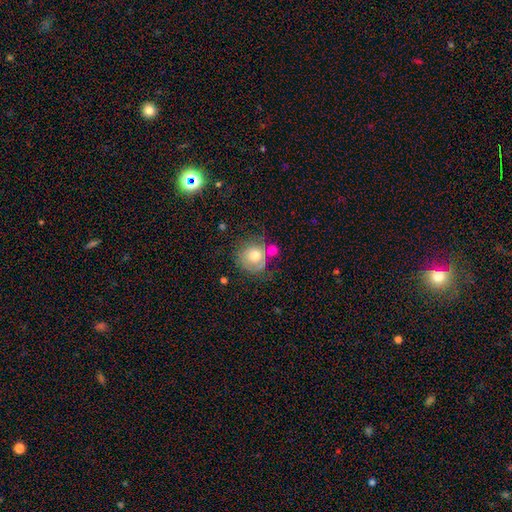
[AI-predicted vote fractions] Smooth or featured?
  - smooth: 68% *
  - featured or disk: 23%
  - star or artifact: 9%
How rounded?
  - round: 86% *
  - in between: 13%
  - cigar-shaped: 1%
Merging?
  - none: 53% *
  - minor disturbance: 22%
  - merger: 12%
  - major disturbance: 12%